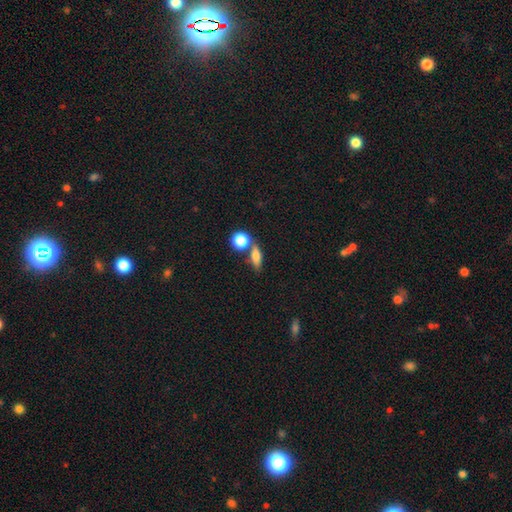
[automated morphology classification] Smooth or featured? Predicted: smooth (p=0.74). How rounded? Predicted: in between (p=0.51). Merging? Predicted: none (p=0.58).